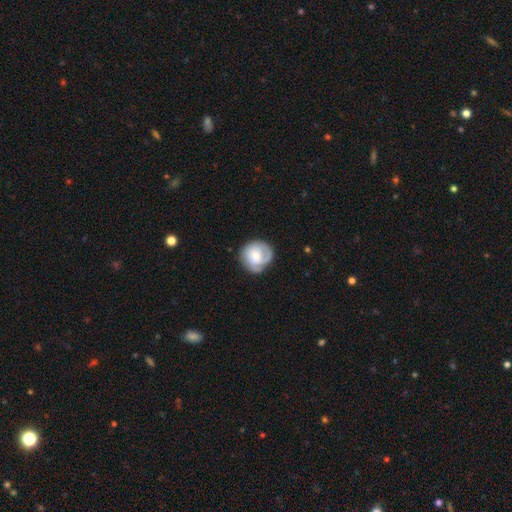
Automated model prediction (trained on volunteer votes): smooth-or-featured: featured or disk: 50% | smooth: 44% | star or artifact: 6%
  merging: none: 66% | minor disturbance: 23% | major disturbance: 9% | merger: 2%